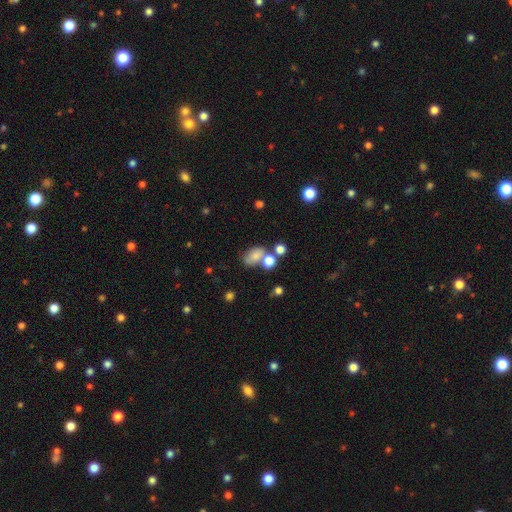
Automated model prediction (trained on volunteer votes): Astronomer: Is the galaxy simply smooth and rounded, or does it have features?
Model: smooth — 72%.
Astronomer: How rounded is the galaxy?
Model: in between — 77%.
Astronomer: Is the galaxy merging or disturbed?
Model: none — 41% (runner-up: merger, 32%).